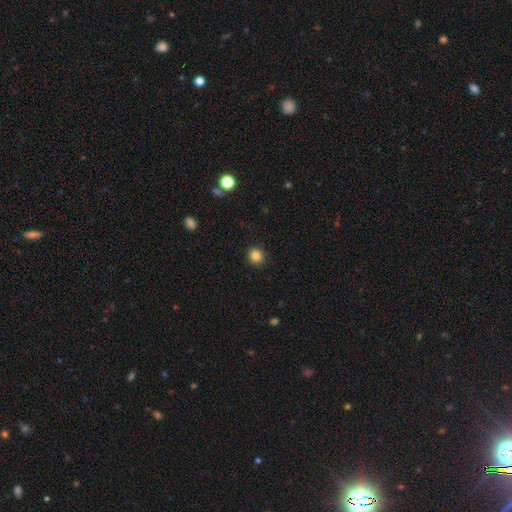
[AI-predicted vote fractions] The model was most divided on "smooth or featured": smooth: 85%, star or artifact: 11%, featured or disk: 4%. More confident: how rounded — round (92%); merging — none (91%).